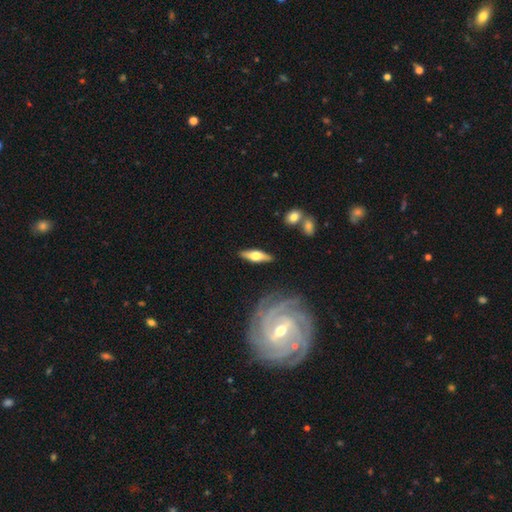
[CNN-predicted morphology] This appears to be a featured or disk galaxy (51%) viewed edge-on (86%). Merging: none (84%).